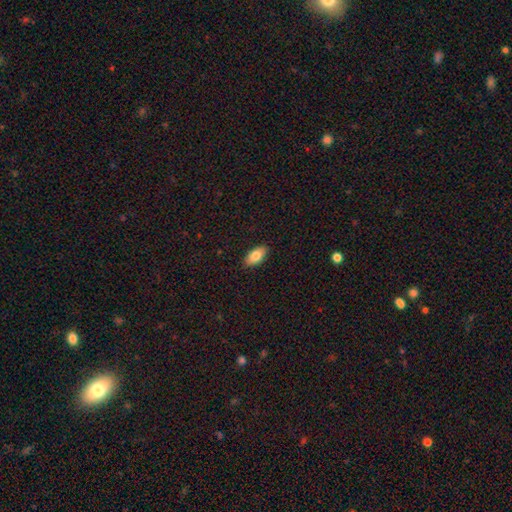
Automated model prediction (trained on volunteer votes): A smooth galaxy with no disk features (82%) that is in between round and cigar-shaped (92%).

Vote fractions:
- Smooth or featured? smooth: 82% / featured or disk: 12% / star or artifact: 7%
- How rounded? in between: 92% / cigar-shaped: 5% / round: 3%
- Merging? none: 89% / minor disturbance: 8% / major disturbance: 2% / merger: 1%